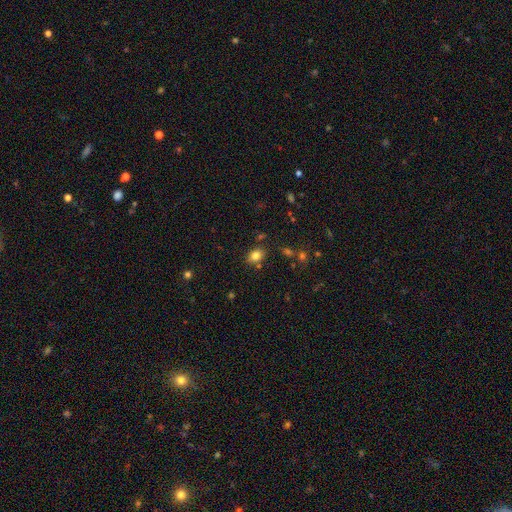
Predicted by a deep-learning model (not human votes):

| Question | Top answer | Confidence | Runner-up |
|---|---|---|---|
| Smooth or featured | smooth | 80% | star or artifact (11%) |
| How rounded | in between | 76% | round (23%) |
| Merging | none | 80% | minor disturbance (12%) |